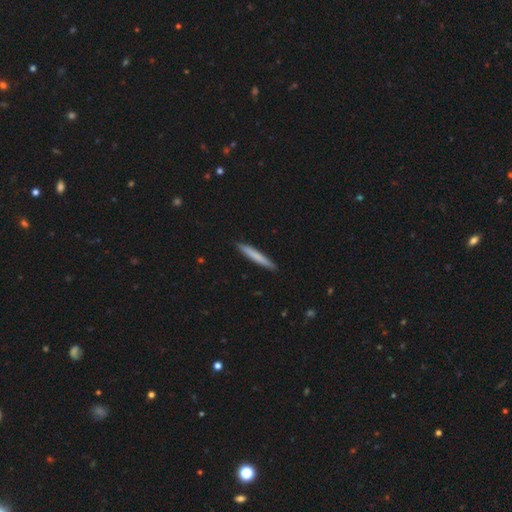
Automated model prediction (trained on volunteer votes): Morphology: type=smooth (76%); roundness=cigar-shaped (96%); merging=none (92%).